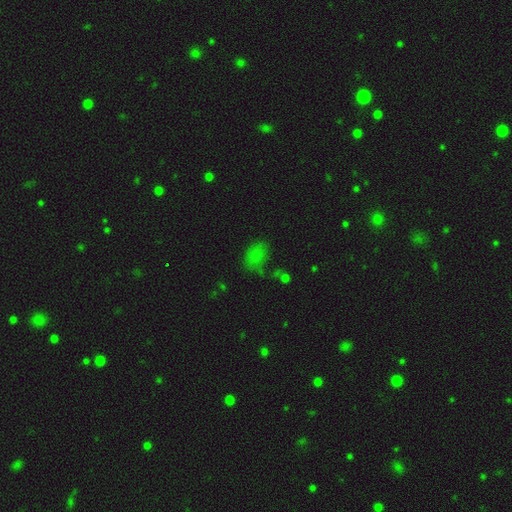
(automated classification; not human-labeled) Smooth or featured: smooth — 64% (star or artifact — 24%)
How rounded: in between — 71% (round — 27%)
Merging: none — 42% (major disturbance — 26%)